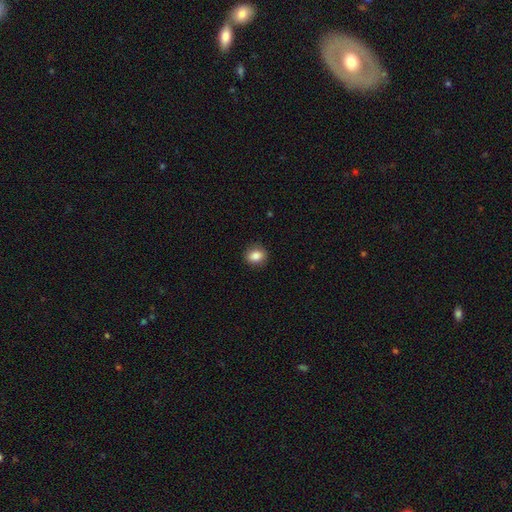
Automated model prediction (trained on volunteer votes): smooth_or_featured: smooth (p=0.85) [alt: star or artifact p=0.09]
how_rounded: round (p=0.58) [alt: in between p=0.41]
merging: none (p=0.87) [alt: minor disturbance p=0.10]